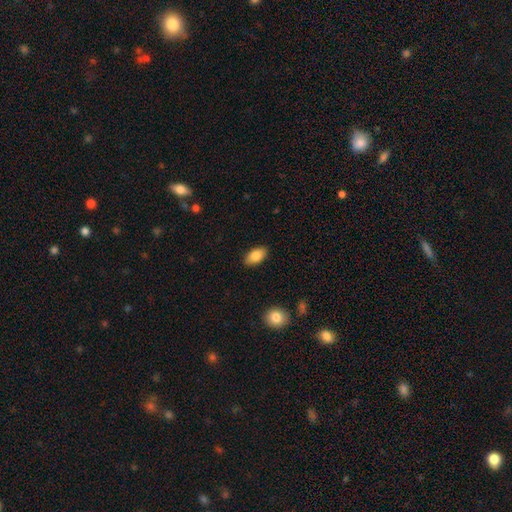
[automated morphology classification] A smooth galaxy with no disk features (85%) that is in between round and cigar-shaped (93%). Merging: none (88%).